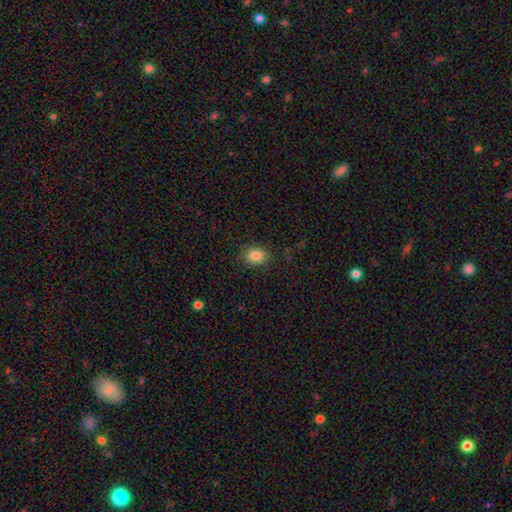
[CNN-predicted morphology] The model was most divided on "how rounded": in between: 65%, round: 34%, cigar-shaped: 1%. More confident: merging — none (86%); smooth or featured — smooth (85%).